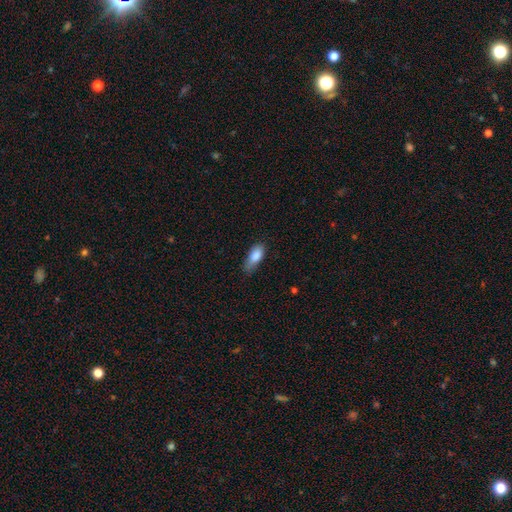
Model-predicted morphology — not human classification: smooth 85%, featured or disk 8%, star or artifact 7%. Down the decision tree: how rounded — in between (80%); merging — none (56%).